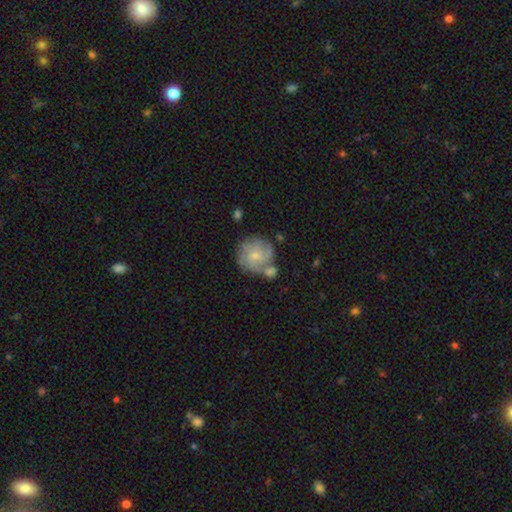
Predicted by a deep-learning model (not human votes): Morphology: type=featured or disk (58%); edge-on=no (98%); bar=no (69%); spiral arms=yes (83%); bulge=small (53%); merging=none (51%).